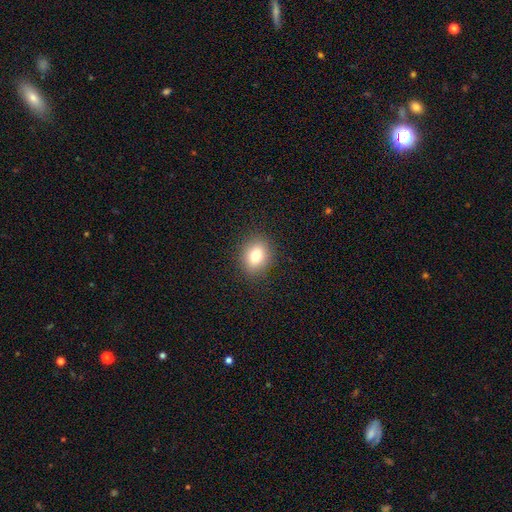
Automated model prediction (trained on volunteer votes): This is likely a smooth galaxy (78%). How rounded: possibly in between (50%). Merging: clearly none (88%).